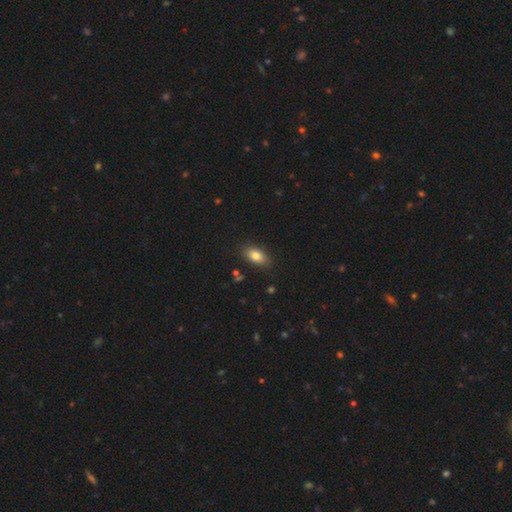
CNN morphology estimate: smooth-or-featured: smooth: 82% | featured or disk: 9% | star or artifact: 8%
  how-rounded: in between: 89% | round: 6% | cigar-shaped: 5%
  merging: none: 85% | minor disturbance: 11% | major disturbance: 3% | merger: 2%